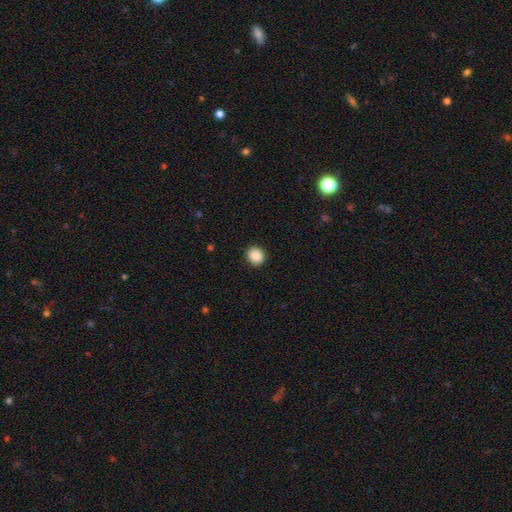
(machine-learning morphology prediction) smooth-or-featured: smooth: 89% | star or artifact: 9% | featured or disk: 3%
  how-rounded: round: 83% | in between: 16% | cigar-shaped: 1%
  merging: none: 91% | minor disturbance: 6% | major disturbance: 2% | merger: 1%